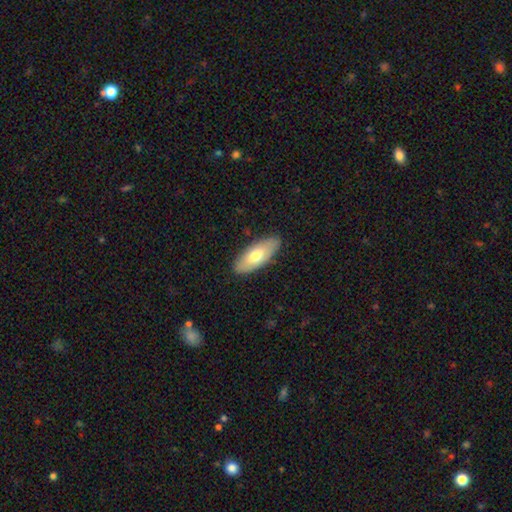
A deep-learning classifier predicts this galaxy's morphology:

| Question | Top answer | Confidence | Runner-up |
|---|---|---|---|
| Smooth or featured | smooth | 68% | featured or disk (27%) |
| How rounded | in between | 83% | cigar-shaped (15%) |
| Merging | none | 86% | minor disturbance (11%) |